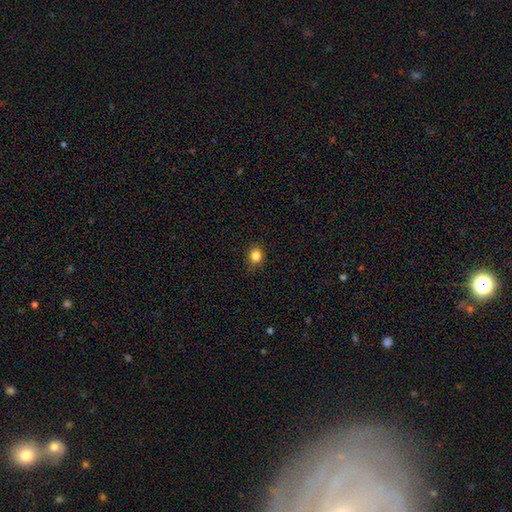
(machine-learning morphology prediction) smooth 84%, star or artifact 12%, featured or disk 5%. Down the decision tree: how rounded — round (74%); merging — none (87%).